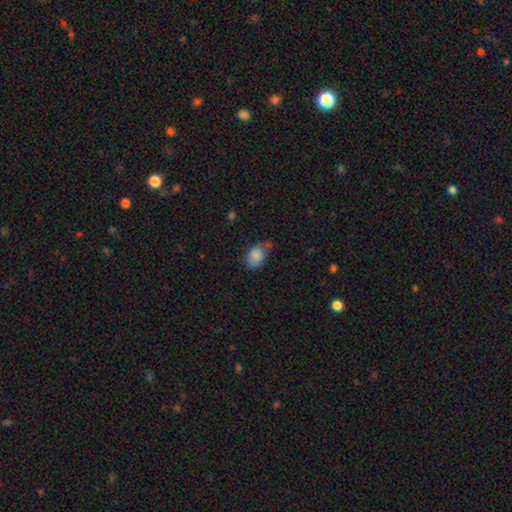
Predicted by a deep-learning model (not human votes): smooth 85%, star or artifact 8%, featured or disk 7%. Down the decision tree: how rounded — in between (79%); merging — none (49%).